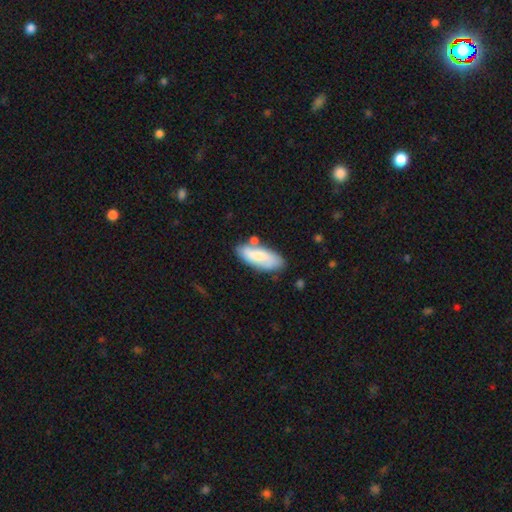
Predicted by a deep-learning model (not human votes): smooth 68%, featured or disk 26%, star or artifact 6%. Down the decision tree: how rounded — in between (72%); merging — none (71%).